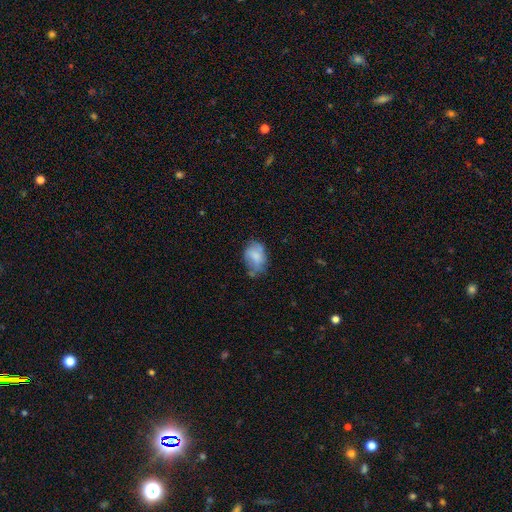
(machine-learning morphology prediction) This appears to be a smooth galaxy with no disk features (68%) that is in between round and cigar-shaped (78%). Merging: none (44%).